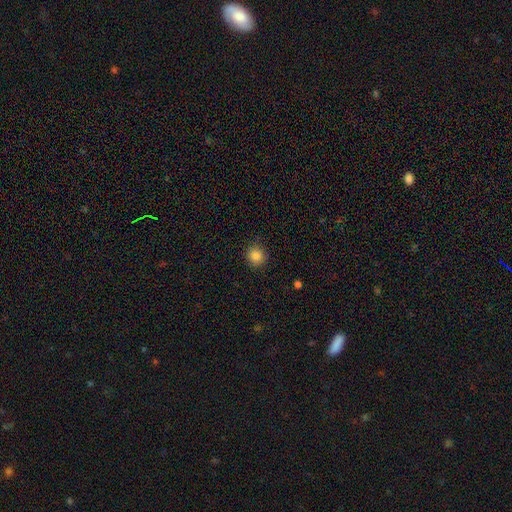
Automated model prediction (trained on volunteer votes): Smooth or featured: smooth — 85% (star or artifact — 11%)
How rounded: round — 90% (in between — 9%)
Merging: none — 89% (minor disturbance — 7%)